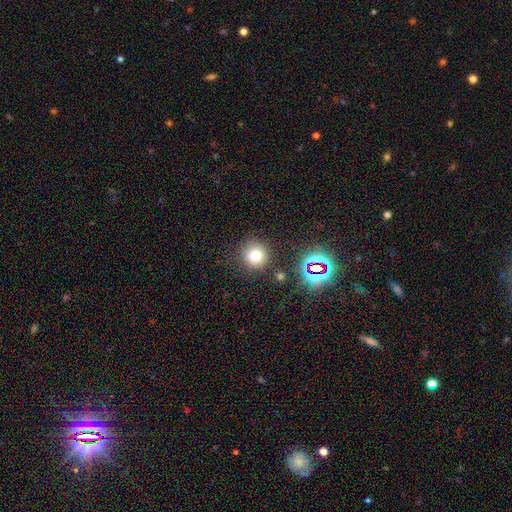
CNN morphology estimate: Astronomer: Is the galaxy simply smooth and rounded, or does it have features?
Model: smooth — 74%.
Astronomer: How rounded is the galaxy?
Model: round — 93%.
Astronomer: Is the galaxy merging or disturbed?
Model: none — 85%.